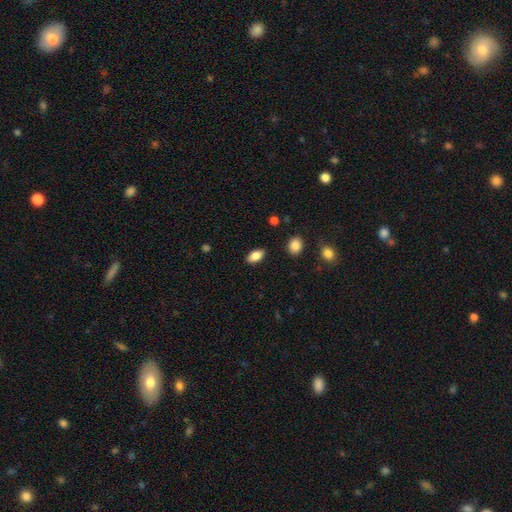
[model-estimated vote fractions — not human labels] Overall: smooth (86%). How rounded: in between (91%). Merging: none (88%).